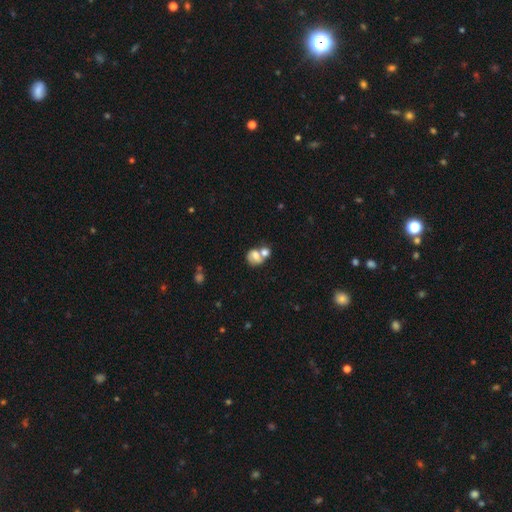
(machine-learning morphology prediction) smooth-or-featured: smooth: 64% | featured or disk: 26% | star or artifact: 10%
  how-rounded: round: 59% | in between: 39% | cigar-shaped: 1%
  merging: merger: 58% | none: 26% | minor disturbance: 10% | major disturbance: 6%